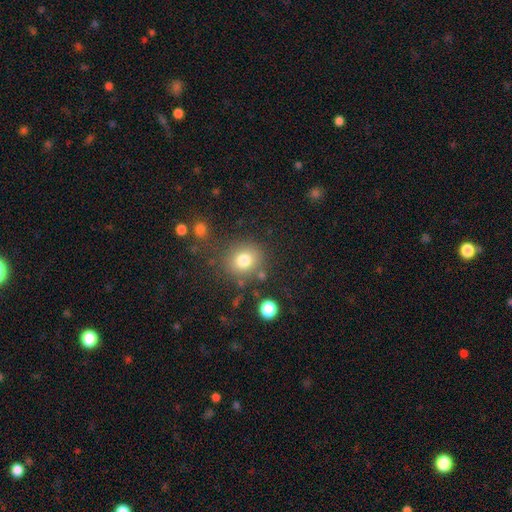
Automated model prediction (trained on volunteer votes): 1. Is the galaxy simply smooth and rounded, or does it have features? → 66% smooth, 26% star or artifact, 9% featured or disk.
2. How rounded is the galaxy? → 85% round, 14% in between, 1% cigar-shaped.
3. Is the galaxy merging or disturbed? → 79% none, 10% minor disturbance, 7% merger, 4% major disturbance.